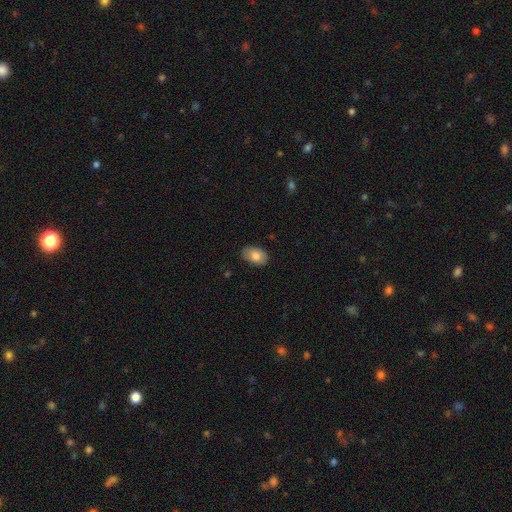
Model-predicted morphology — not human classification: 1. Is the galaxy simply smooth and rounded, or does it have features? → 83% smooth, 11% featured or disk, 7% star or artifact.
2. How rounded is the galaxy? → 91% in between, 8% round, 1% cigar-shaped.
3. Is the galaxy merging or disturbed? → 84% none, 13% minor disturbance, 2% major disturbance, 1% merger.